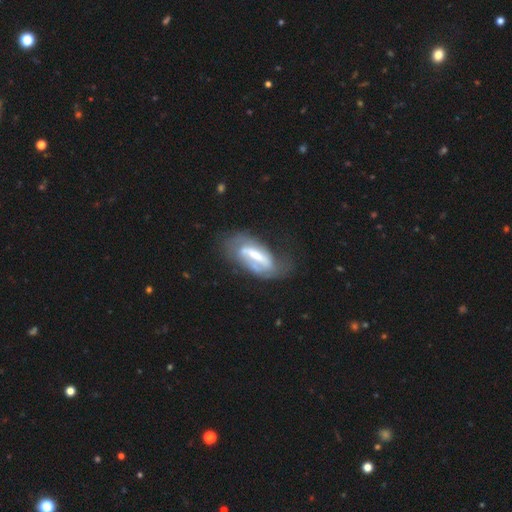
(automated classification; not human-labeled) A featured or disk galaxy (69%) with a strong bar (59%), spiral arms (75%) and a moderate central bulge (42%).

Vote fractions:
- Smooth or featured? featured or disk: 69% / smooth: 25% / star or artifact: 7%
- Edge-on disk? no: 88% / yes: 12%
- Bar? strong: 59% / weak: 28% / no: 13%
- Spiral arms? yes: 75% / no: 25%
- Bulge size? moderate: 42% / small: 31% / large: 14% / none: 10% / dominant: 2%
- Merging? none: 45% / minor disturbance: 27% / major disturbance: 25% / merger: 4%